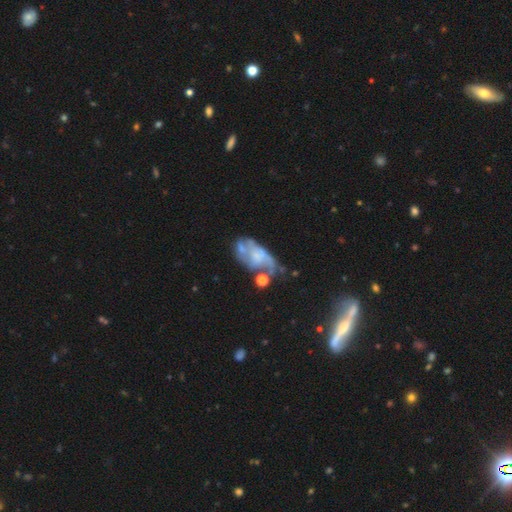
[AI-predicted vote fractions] Overall: featured or disk (64%; smooth 26%). Edge-on disk: no (94%). Bar: no (76%). Spiral arms: yes (56%; no 44%). Bulge size: none (44%; small 32%). Merging: none (31%; major disturbance 27%).